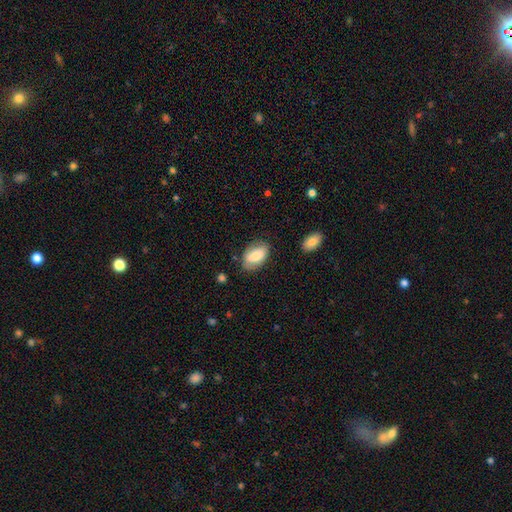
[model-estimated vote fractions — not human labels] Smooth or featured: smooth — 81% (featured or disk — 13%)
How rounded: in between — 92% (round — 5%)
Merging: none — 74% (minor disturbance — 19%)